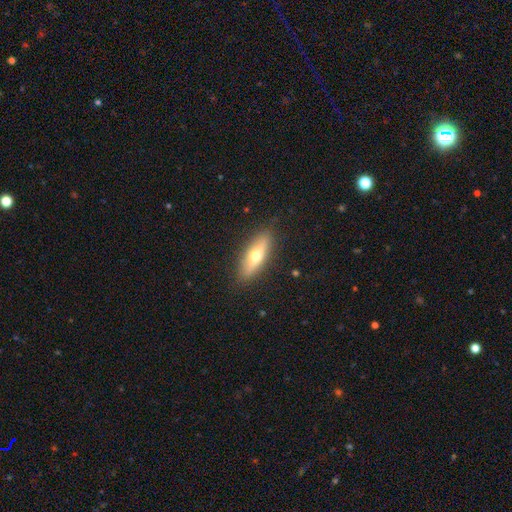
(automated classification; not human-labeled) This is possibly a smooth galaxy (50%). How rounded: possibly cigar-shaped (54%). Merging: clearly none (88%).